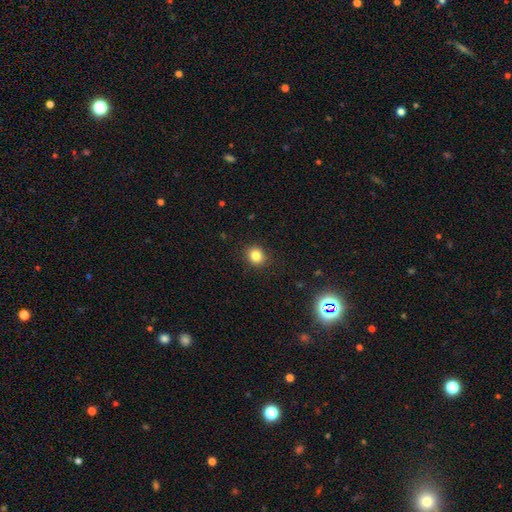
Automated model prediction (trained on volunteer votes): Smooth or featured? smooth (82%)
How rounded? round (77%)
Merging? none (90%)